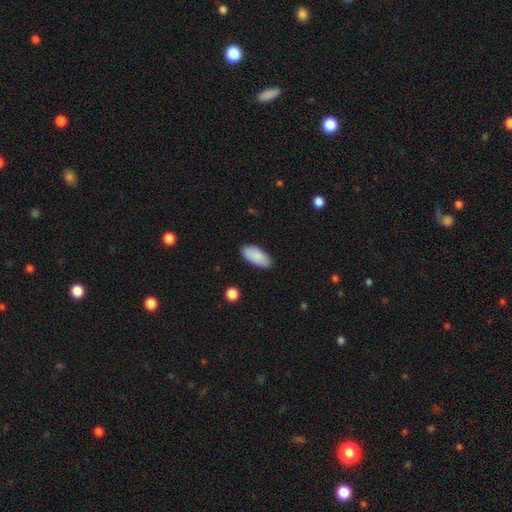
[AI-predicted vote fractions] smooth-or-featured: smooth: 88% | star or artifact: 6% | featured or disk: 6%
  how-rounded: in between: 90% | cigar-shaped: 8% | round: 2%
  merging: none: 86% | minor disturbance: 11% | major disturbance: 2% | merger: 1%